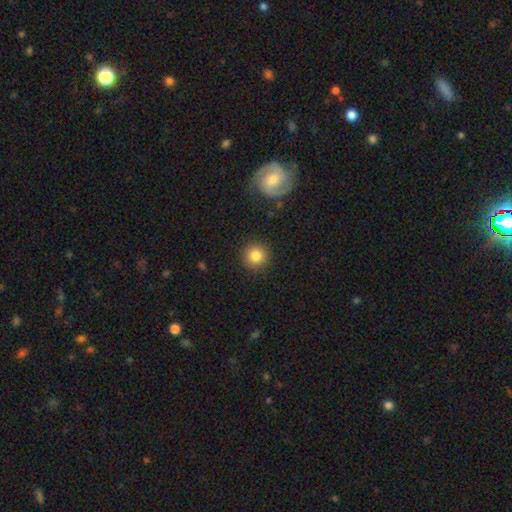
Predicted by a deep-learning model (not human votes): A smooth galaxy with no disk features (84%) that is round (94%).

Vote fractions:
- Smooth or featured? smooth: 84% / star or artifact: 10% / featured or disk: 6%
- How rounded? round: 94% / in between: 5% / cigar-shaped: 1%
- Merging? none: 90% / minor disturbance: 7% / major disturbance: 2% / merger: 1%